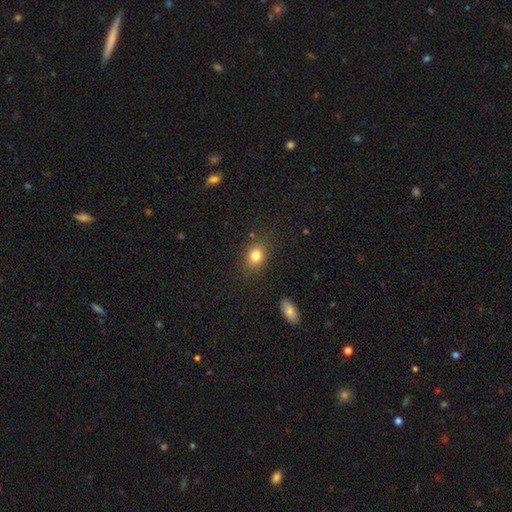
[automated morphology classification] type=smooth (81%); roundness=in between (56%); merging=none (81%).